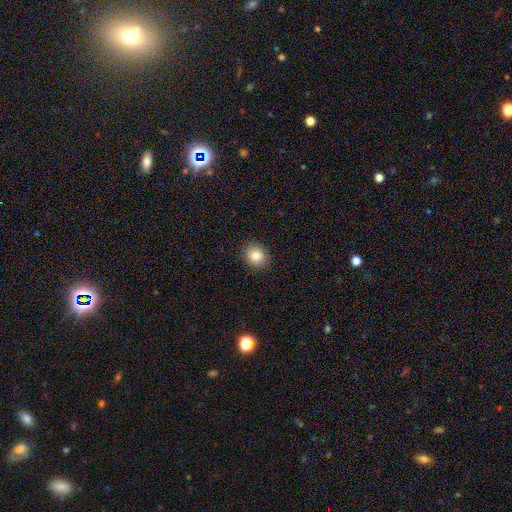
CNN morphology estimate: Smooth or featured? smooth (83%)
How rounded? round (61%)
Merging? none (88%)